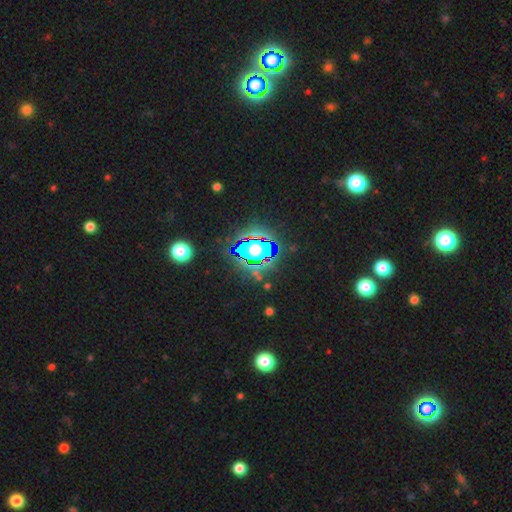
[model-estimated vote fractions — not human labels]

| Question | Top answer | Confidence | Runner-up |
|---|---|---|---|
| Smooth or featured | star or artifact | 74% | smooth (15%) |